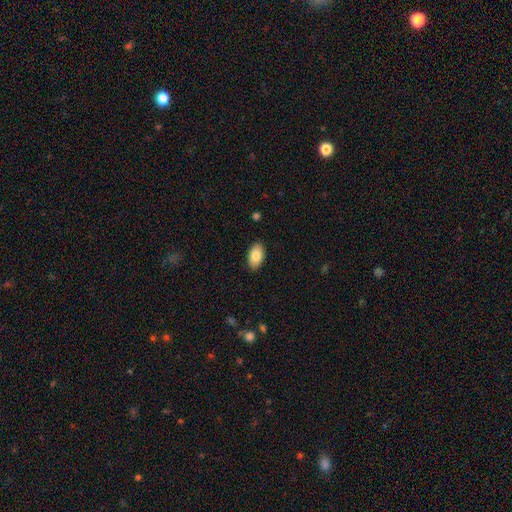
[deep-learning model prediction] smooth-or-featured: smooth: 83% | featured or disk: 10% | star or artifact: 7%
  how-rounded: in between: 93% | round: 6% | cigar-shaped: 1%
  merging: none: 89% | minor disturbance: 8% | major disturbance: 2% | merger: 1%